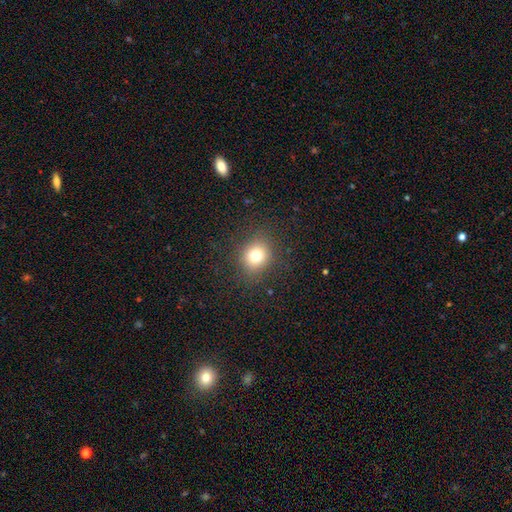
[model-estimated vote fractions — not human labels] This appears to be a smooth galaxy with no disk features (75%) that is round (74%). Merging: none (86%).